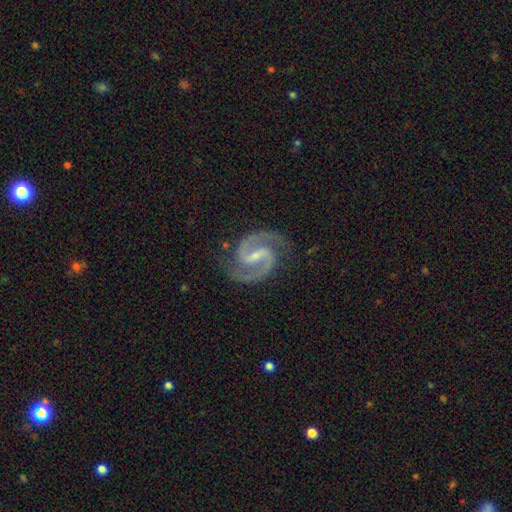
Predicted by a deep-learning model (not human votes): Smooth or featured: featured or disk — 94% (star or artifact — 4%)
Edge-on disk: no — 98% (yes — 2%)
Bar: strong — 44% (tied with weak — 44%)
Spiral arms: yes — 99% (no — 1%)
Spiral winding: medium — 67% (tight — 23%)
Spiral arm count: 2 — 95% (3 — 1%)
Bulge size: small — 65% (moderate — 21%)
Merging: none — 83% (minor disturbance — 12%)